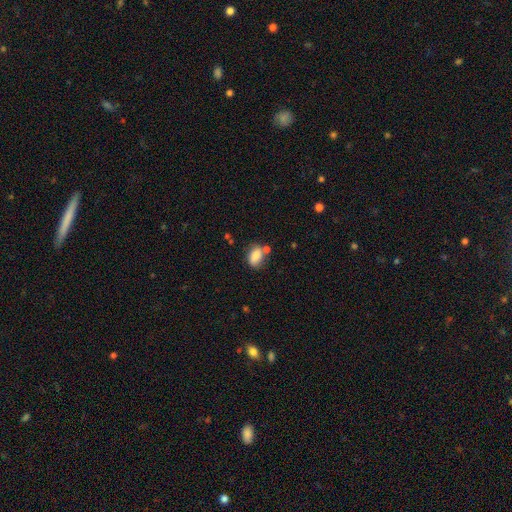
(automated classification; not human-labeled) This appears to be a smooth galaxy with no disk features (80%) that is in between round and cigar-shaped (80%). Merging: none (58%).